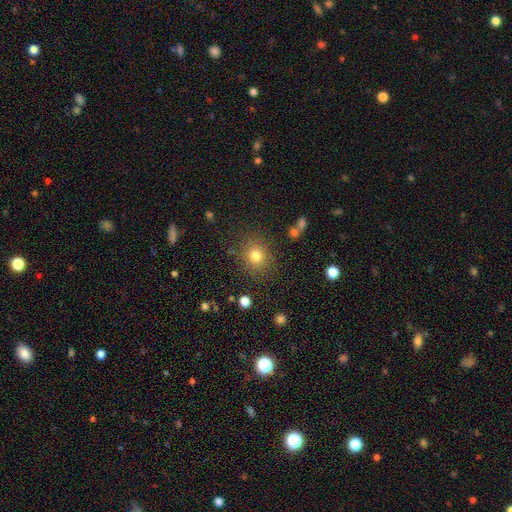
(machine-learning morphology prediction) The model was most divided on "smooth or featured": smooth: 78%, star or artifact: 14%, featured or disk: 8%. More confident: merging — none (86%); how rounded — round (83%).